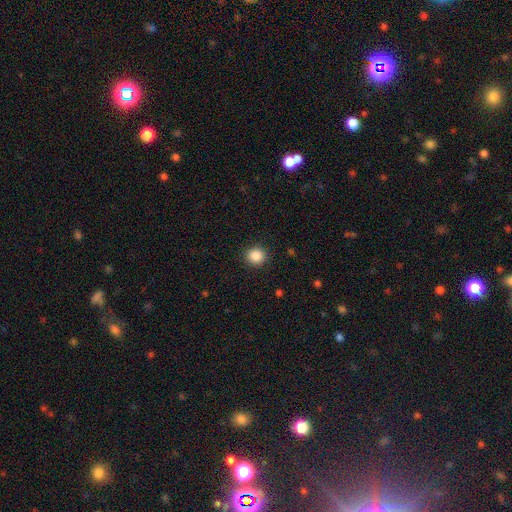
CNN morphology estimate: The model was most divided on "smooth or featured": smooth: 87%, star or artifact: 10%, featured or disk: 3%. More confident: merging — none (91%); how rounded — round (91%).